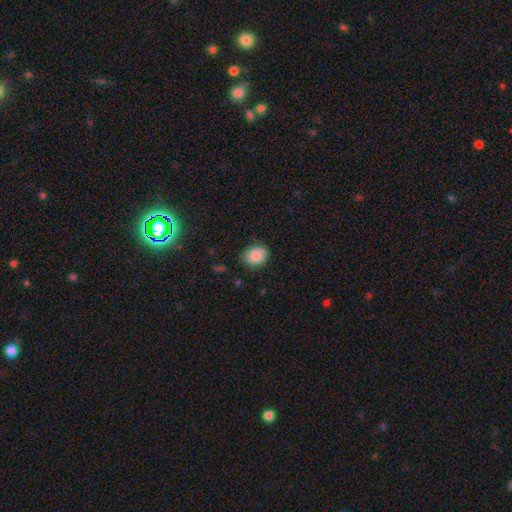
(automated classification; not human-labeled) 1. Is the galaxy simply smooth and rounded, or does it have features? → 87% smooth, 8% star or artifact, 5% featured or disk.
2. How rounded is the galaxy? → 51% in between, 48% round, 1% cigar-shaped.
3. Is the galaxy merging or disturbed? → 80% none, 15% minor disturbance, 3% major disturbance, 1% merger.